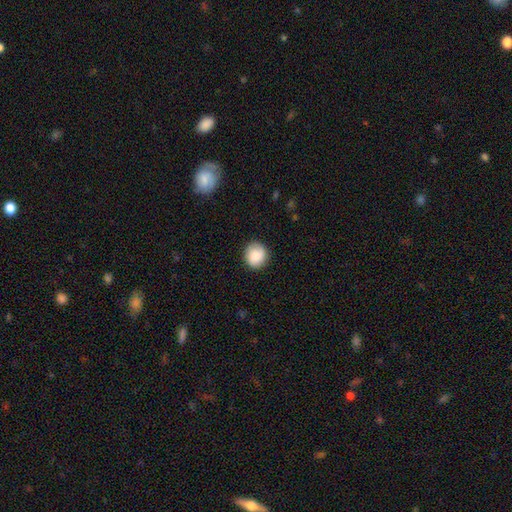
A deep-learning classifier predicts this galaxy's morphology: smooth 85%, featured or disk 8%, star or artifact 7%. Down the decision tree: how rounded — round (84%); merging — none (87%).